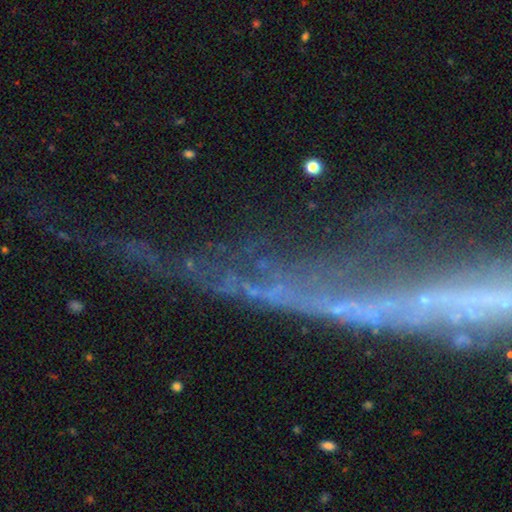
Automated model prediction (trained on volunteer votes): The model was most divided on "merging": none: 37%, major disturbance: 34%, minor disturbance: 15%, merger: 13%. Remaining: smooth or featured — featured or disk (49%).